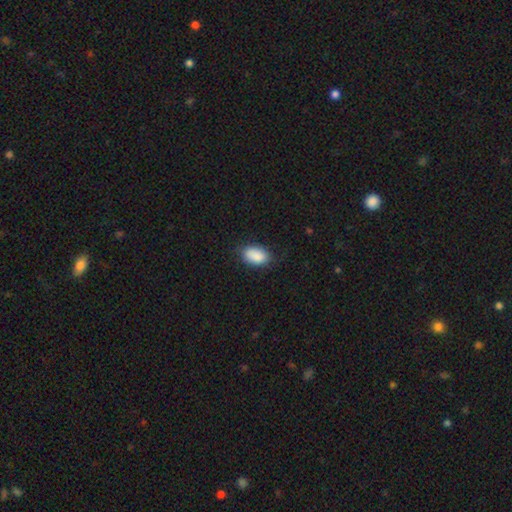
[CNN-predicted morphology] type=smooth (88%); roundness=in between (91%); merging=none (78%).